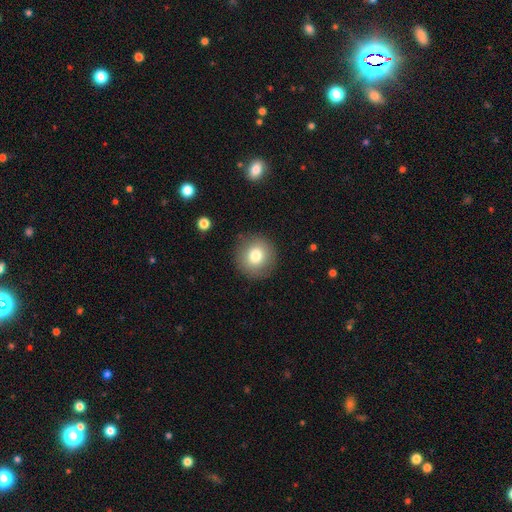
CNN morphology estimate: Smooth or featured: smooth — 79% (featured or disk — 12%)
How rounded: round — 94% (in between — 6%)
Merging: none — 88% (minor disturbance — 8%)